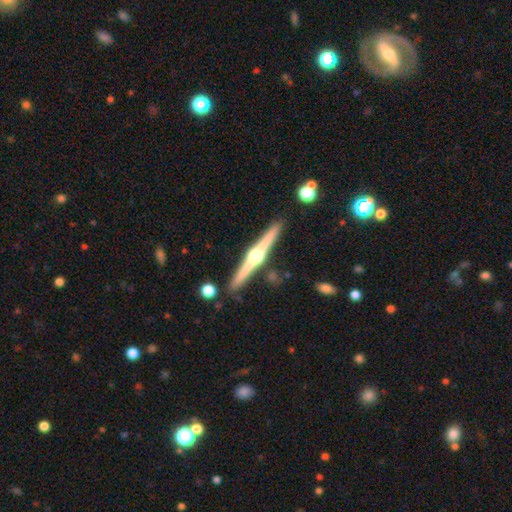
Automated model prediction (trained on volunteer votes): The model was most divided on "smooth or featured": featured or disk: 84%, smooth: 11%, star or artifact: 5%. More confident: edge-on disk — yes (99%); edge-on bulge — rounded (95%); merging — none (89%).